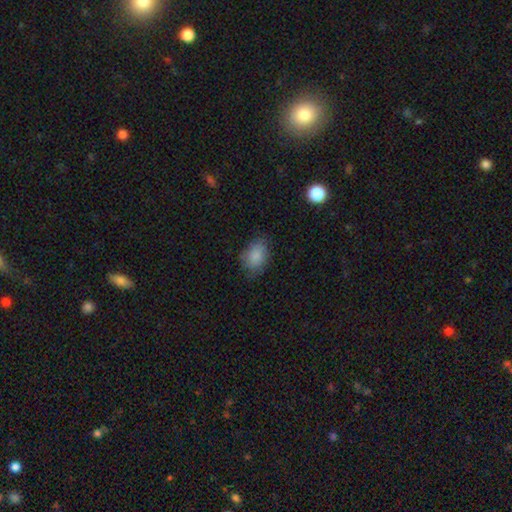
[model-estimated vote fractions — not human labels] smooth_or_featured: smooth (p=0.85) [alt: star or artifact p=0.08]
how_rounded: in between (p=0.76) [alt: round p=0.23]
merging: none (p=0.71) [alt: minor disturbance p=0.22]